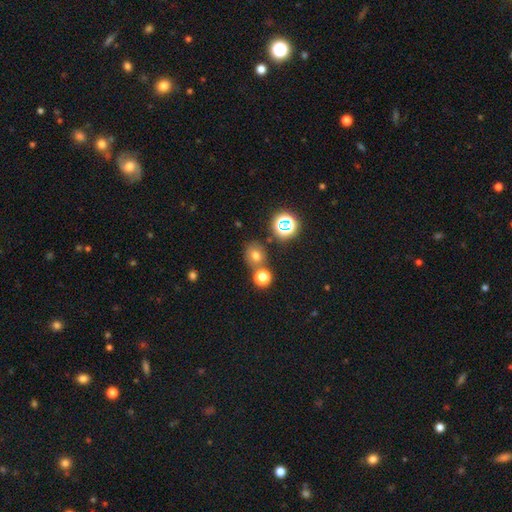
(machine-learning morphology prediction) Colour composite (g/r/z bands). It shows a smooth galaxy with no disk features (67%) that is round (70%). Merging: none (69%).